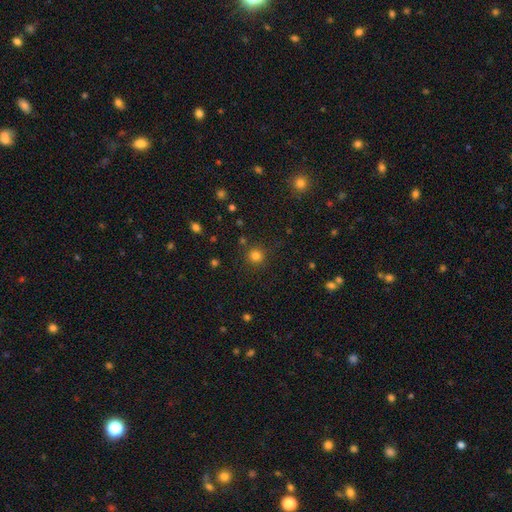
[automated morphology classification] Q: Smooth or featured?
A: smooth (79%); runner-up: star or artifact (16%)
Q: How rounded?
A: round (92%); runner-up: in between (7%)
Q: Merging?
A: none (85%); runner-up: minor disturbance (8%)